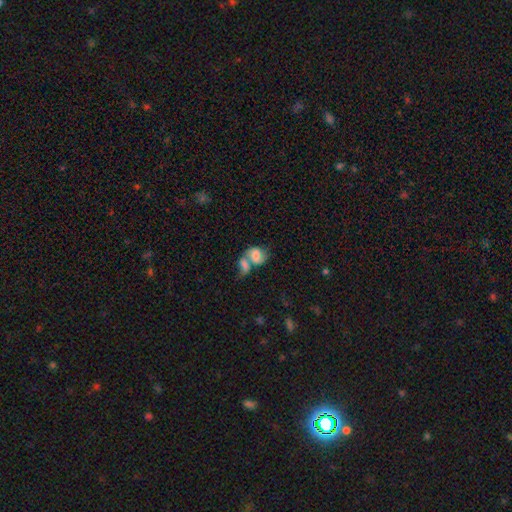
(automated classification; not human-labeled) Smooth or featured? Predicted: smooth (p=0.57). How rounded? Predicted: in between (p=0.60). Merging? Predicted: merger (p=0.68).